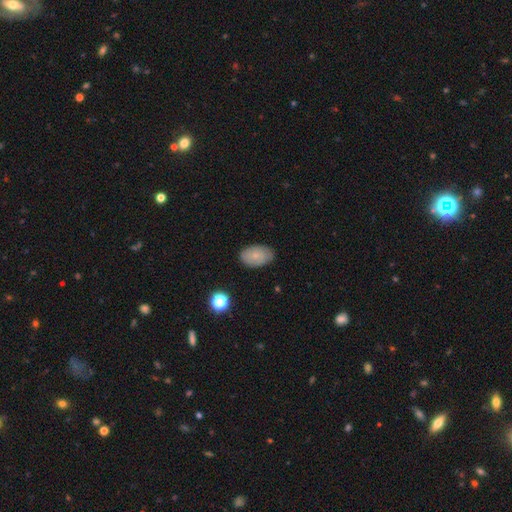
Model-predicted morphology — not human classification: The model was most divided on "smooth or featured": smooth: 72%, featured or disk: 20%, star or artifact: 8%. More confident: how rounded — in between (88%); merging — none (81%).